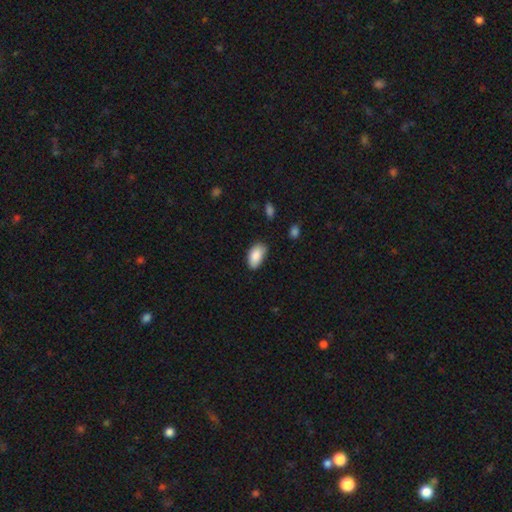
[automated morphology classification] type=smooth (87%); roundness=in between (94%); merging=none (66%).